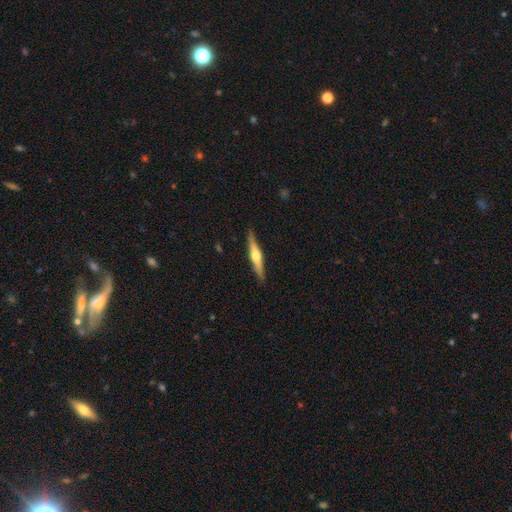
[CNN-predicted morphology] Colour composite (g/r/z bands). It shows a featured or disk galaxy (68%) viewed edge-on (97%) with a rounded central bulge (90%). Merging: none (89%).